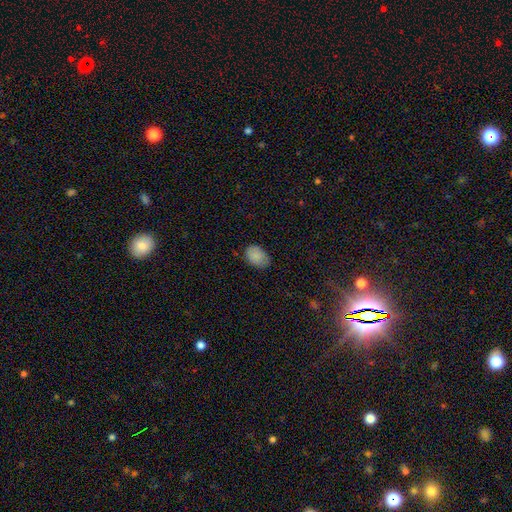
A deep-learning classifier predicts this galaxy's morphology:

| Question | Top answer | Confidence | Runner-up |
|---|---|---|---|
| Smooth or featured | smooth | 86% | star or artifact (8%) |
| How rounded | in between | 80% | round (19%) |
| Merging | none | 72% | minor disturbance (23%) |